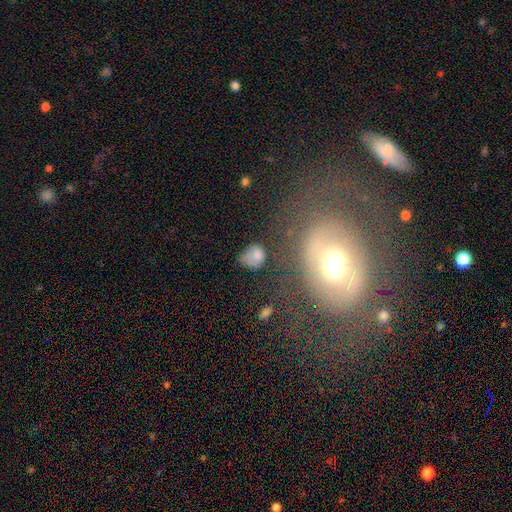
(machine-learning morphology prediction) Overall: smooth (74%). How rounded: round (53%; in between 45%). Merging: none (44%; minor disturbance 29%).